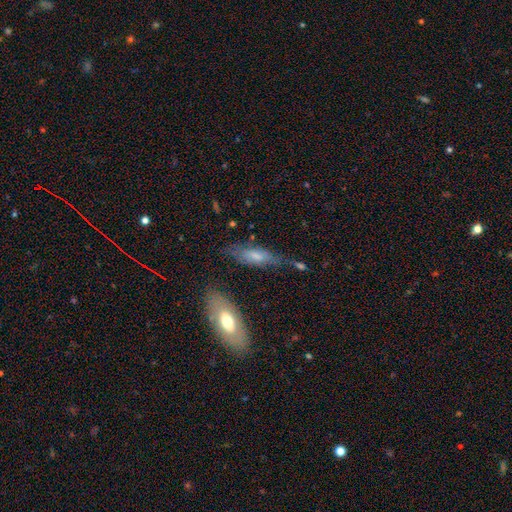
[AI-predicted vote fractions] Smooth or featured? smooth (48%)
Merging? none (58%)